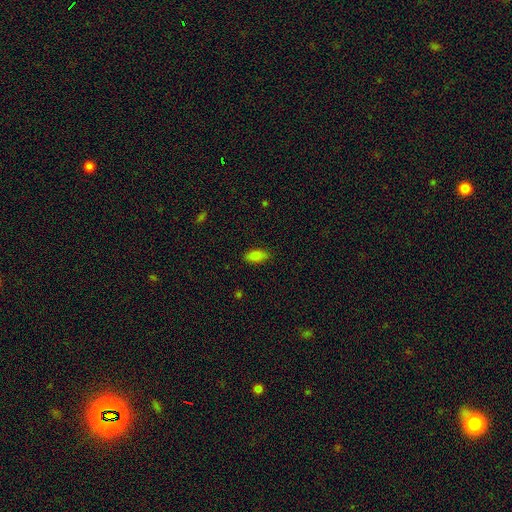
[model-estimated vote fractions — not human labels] A smooth galaxy with no disk features (84%) that is in between round and cigar-shaped (89%). Merging: none (84%).